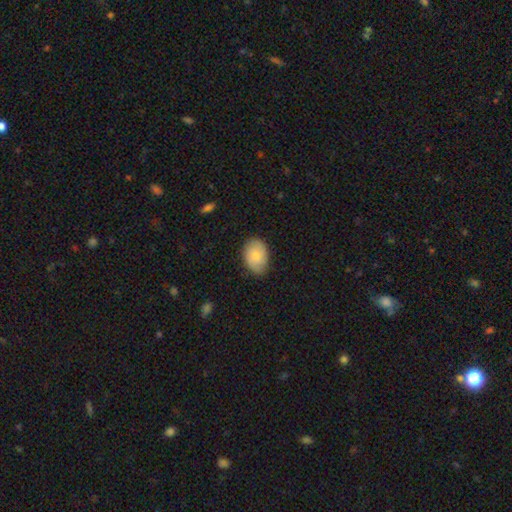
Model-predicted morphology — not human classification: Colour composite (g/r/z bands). It shows a smooth galaxy with no disk features (73%) that is in between round and cigar-shaped (80%). Merging: none (80%).